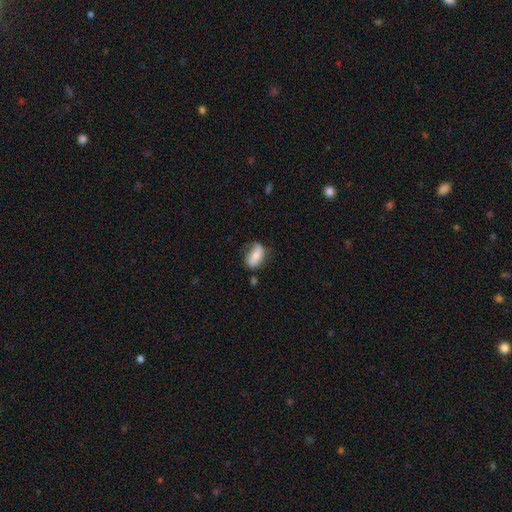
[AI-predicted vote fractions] Smooth or featured? smooth (67%)
How rounded? in between (89%)
Merging? none (51%)